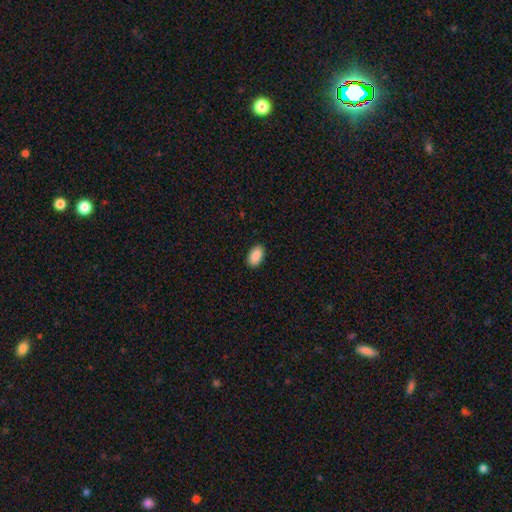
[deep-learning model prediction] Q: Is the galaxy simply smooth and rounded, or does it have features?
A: smooth — 90%.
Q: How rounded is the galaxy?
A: in between — 93%.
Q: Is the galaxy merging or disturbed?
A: none — 90%.